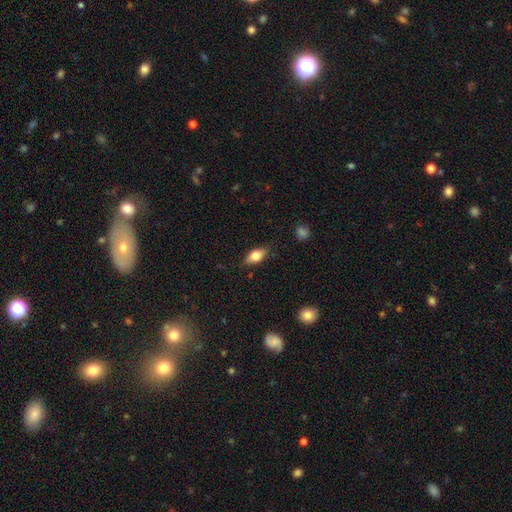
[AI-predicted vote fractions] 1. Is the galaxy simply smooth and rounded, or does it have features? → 70% smooth, 23% featured or disk, 8% star or artifact.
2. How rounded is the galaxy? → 83% in between, 10% cigar-shaped, 7% round.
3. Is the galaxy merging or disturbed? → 78% none, 17% minor disturbance, 4% major disturbance, 1% merger.